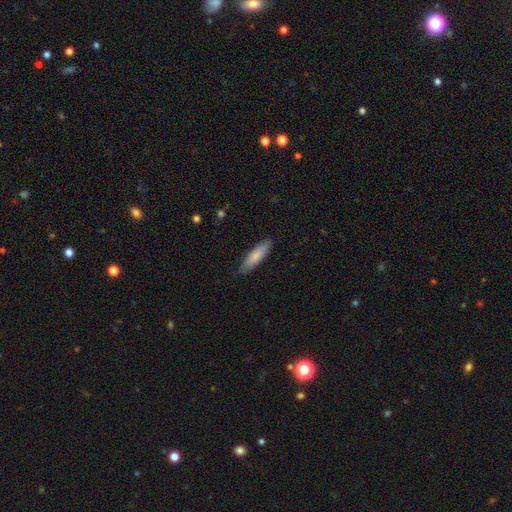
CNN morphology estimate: Overall: smooth (80%). How rounded: cigar-shaped (71%). Merging: none (86%).